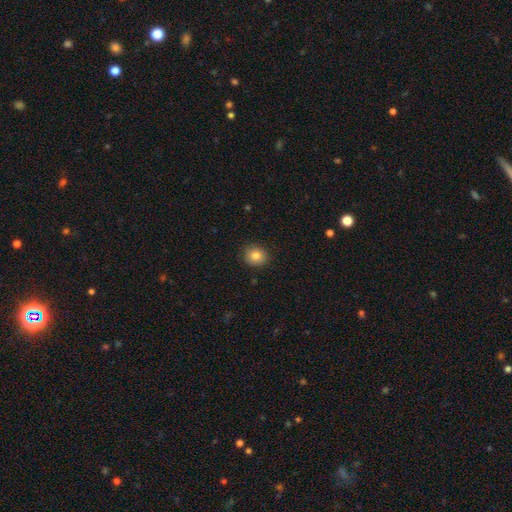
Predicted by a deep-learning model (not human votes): smooth 83%, star or artifact 10%, featured or disk 7%. Down the decision tree: how rounded — round (80%); merging — none (88%).